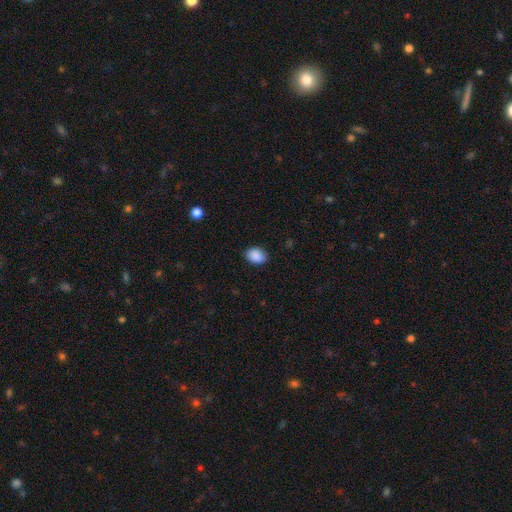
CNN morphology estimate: smooth_or_featured: smooth (p=0.89) [alt: star or artifact p=0.07]
how_rounded: in between (p=0.72) [alt: round p=0.27]
merging: none (p=0.85) [alt: minor disturbance p=0.12]